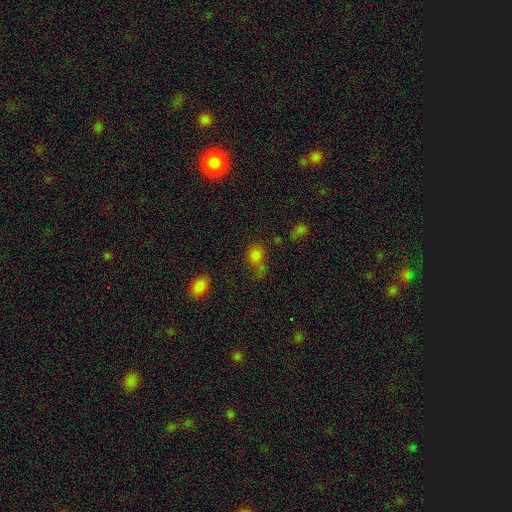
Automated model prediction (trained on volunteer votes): smooth_or_featured: smooth (p=0.73) [alt: star or artifact p=0.18]
how_rounded: in between (p=0.53) [alt: round p=0.44]
merging: none (p=0.39) [alt: merger p=0.24]